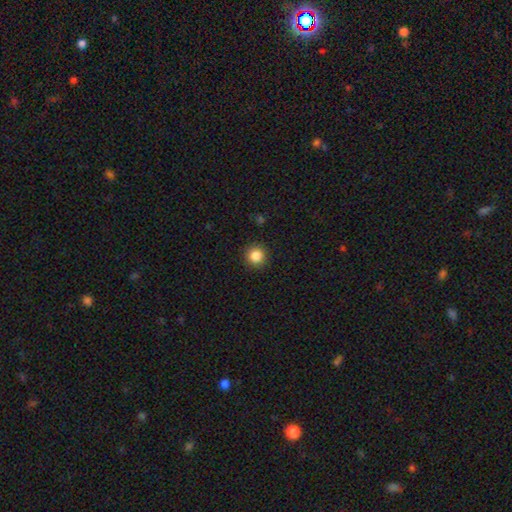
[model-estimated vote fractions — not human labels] Smooth or featured? smooth (86%)
How rounded? round (94%)
Merging? none (90%)